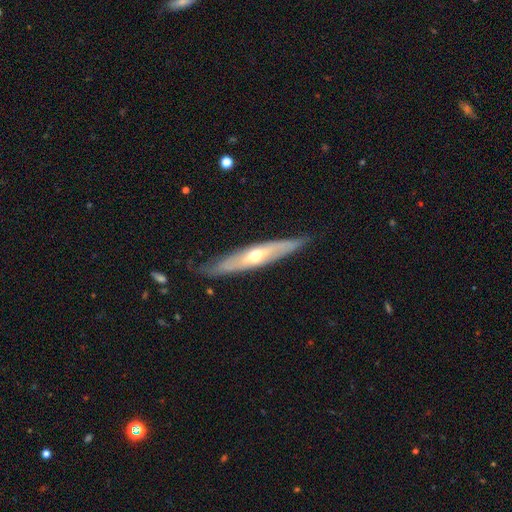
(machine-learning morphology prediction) This is likely a featured or disk galaxy (61%). It is likely viewed edge-on (69%). Merging: clearly none (81%).